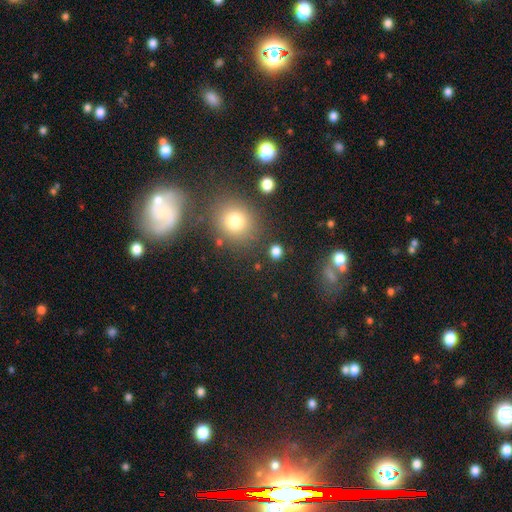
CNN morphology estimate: type=star or artifact (54%).